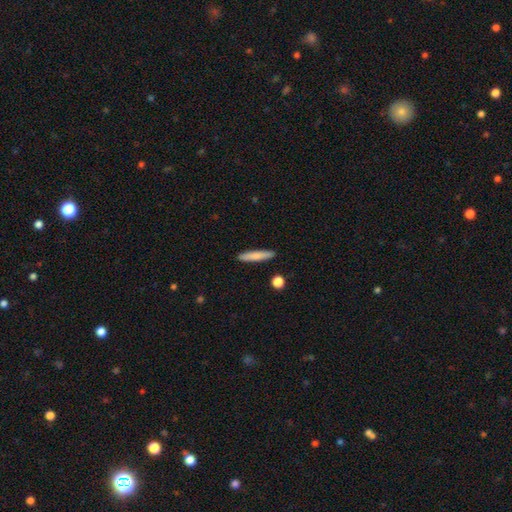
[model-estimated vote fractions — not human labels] smooth_or_featured: smooth (p=0.78) [alt: featured or disk p=0.16]
how_rounded: cigar-shaped (p=0.90) [alt: in between p=0.09]
merging: none (p=0.90) [alt: minor disturbance p=0.07]